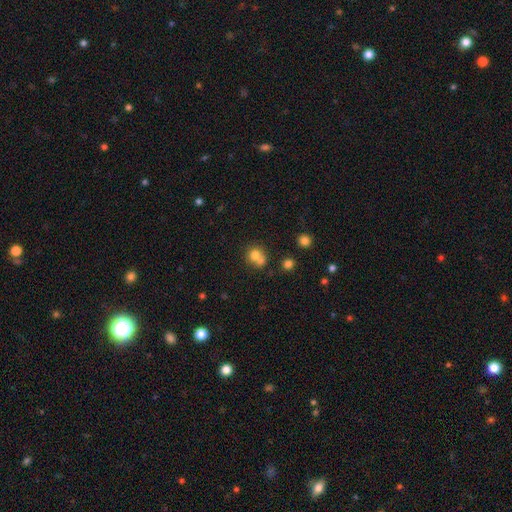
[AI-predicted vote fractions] Q: Smooth or featured?
A: smooth (74%); runner-up: featured or disk (13%)
Q: How rounded?
A: round (80%); runner-up: in between (19%)
Q: Merging?
A: merger (44%); runner-up: none (42%)